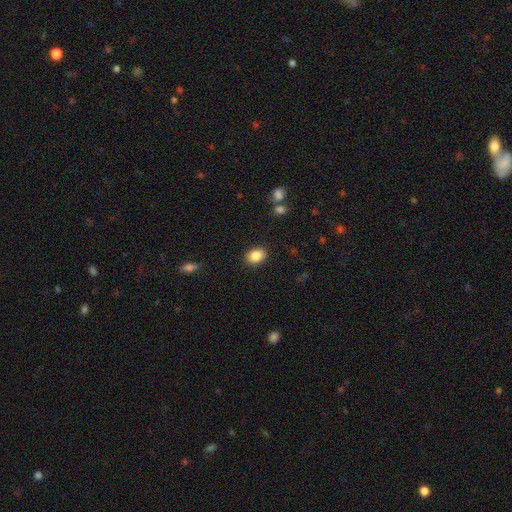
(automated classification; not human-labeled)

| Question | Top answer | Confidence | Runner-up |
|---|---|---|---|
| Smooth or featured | smooth | 86% | star or artifact (8%) |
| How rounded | in between | 66% | round (33%) |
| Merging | none | 88% | minor disturbance (9%) |